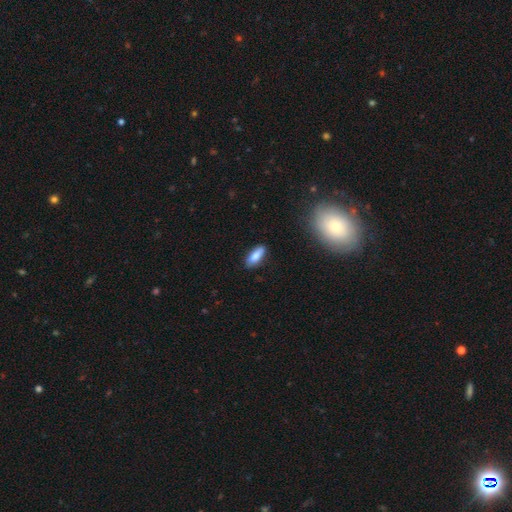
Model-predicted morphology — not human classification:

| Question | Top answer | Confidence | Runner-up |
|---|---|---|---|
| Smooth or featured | smooth | 82% | featured or disk (11%) |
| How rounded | in between | 69% | cigar-shaped (29%) |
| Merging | none | 84% | minor disturbance (12%) |